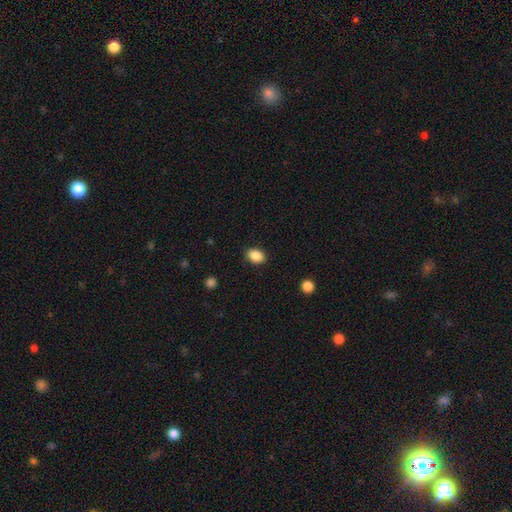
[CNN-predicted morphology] The model was most divided on "how rounded": in between: 77%, round: 22%, cigar-shaped: 1%. More confident: smooth or featured — smooth (88%); merging — none (87%).